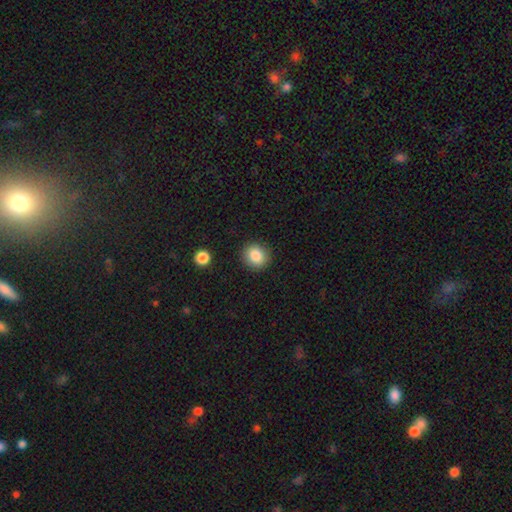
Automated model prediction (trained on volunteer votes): Smooth or featured? smooth (85%)
How rounded? round (81%)
Merging? none (89%)